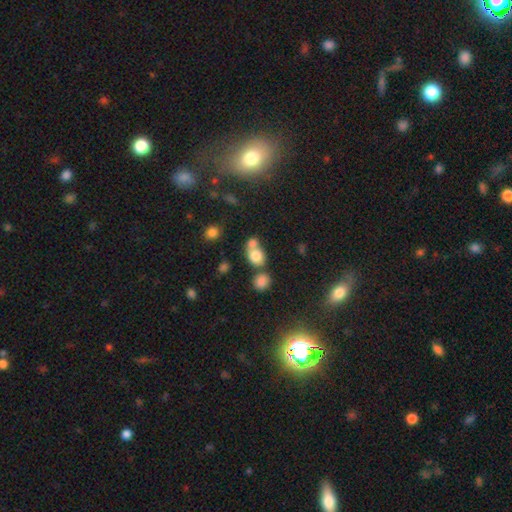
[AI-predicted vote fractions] Smooth or featured? smooth (76%)
How rounded? round (56%)
Merging? merger (53%)